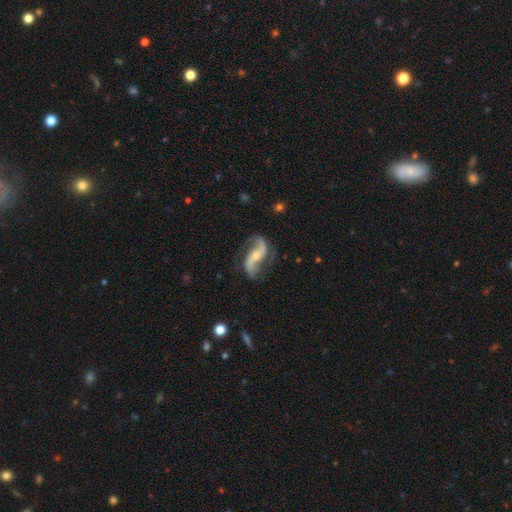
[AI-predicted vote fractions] This is clearly a featured or disk galaxy (87%). It is clearly not viewed edge-on (95%). Bar: marginally no (40%). Spiral arm pattern: clearly yes (96%). Spiral arm count: clearly 2 (93%). Spiral winding: likely loose (73%). Central bulge: possibly small (54%). Merging: likely none (72%).